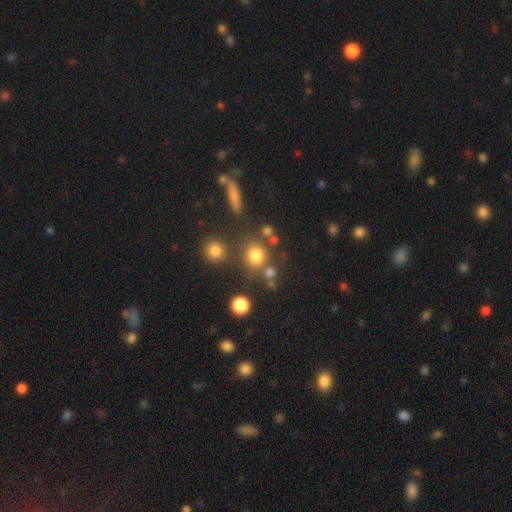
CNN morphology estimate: Smooth or featured?
  - smooth: 76% *
  - star or artifact: 16%
  - featured or disk: 8%
How rounded?
  - round: 82% *
  - in between: 16%
  - cigar-shaped: 1%
Merging?
  - none: 68% *
  - merger: 15%
  - minor disturbance: 11%
  - major disturbance: 5%